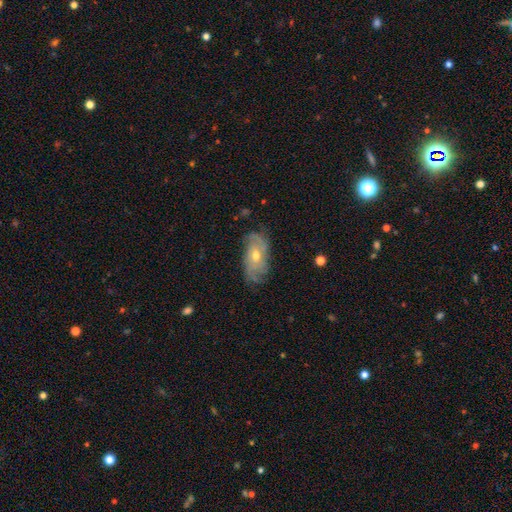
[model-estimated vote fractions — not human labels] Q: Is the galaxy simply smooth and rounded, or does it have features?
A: featured or disk — 75%.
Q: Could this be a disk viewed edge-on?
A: no — 93%.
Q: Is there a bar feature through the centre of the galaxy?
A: no — 75%.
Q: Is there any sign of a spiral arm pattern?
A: yes — 89%.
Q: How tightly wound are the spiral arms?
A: tight — 45%.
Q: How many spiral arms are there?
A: can't tell — 36%.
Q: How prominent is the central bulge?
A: moderate — 60%.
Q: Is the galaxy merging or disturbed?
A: none — 70%.